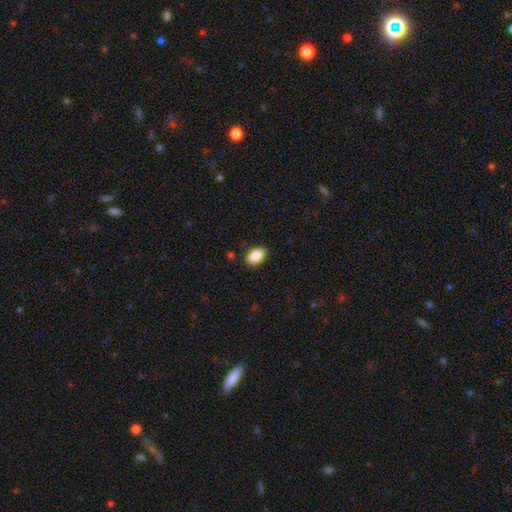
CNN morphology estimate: Smooth or featured? smooth (88%)
How rounded? in between (89%)
Merging? none (88%)